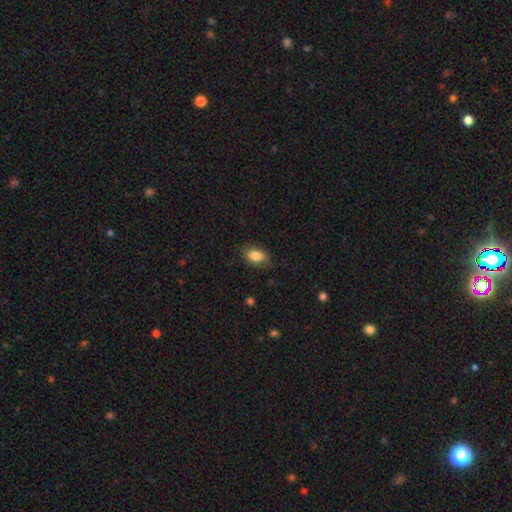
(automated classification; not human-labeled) Smooth or featured?
  - smooth: 83% *
  - featured or disk: 10%
  - star or artifact: 7%
How rounded?
  - in between: 89% *
  - round: 8%
  - cigar-shaped: 3%
Merging?
  - none: 78% *
  - minor disturbance: 17%
  - major disturbance: 4%
  - merger: 1%